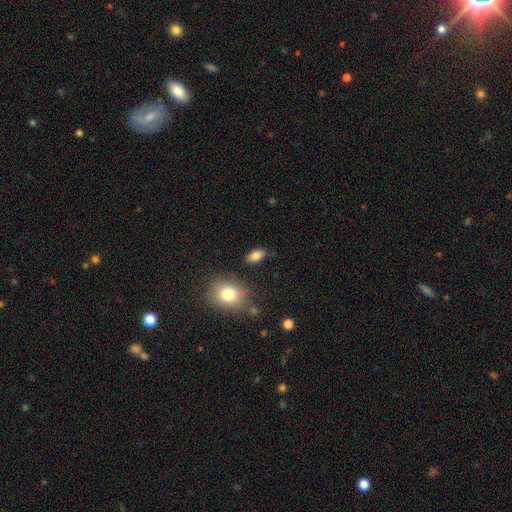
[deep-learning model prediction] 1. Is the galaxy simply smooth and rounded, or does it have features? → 84% smooth, 9% star or artifact, 7% featured or disk.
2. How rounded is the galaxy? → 89% in between, 7% round, 5% cigar-shaped.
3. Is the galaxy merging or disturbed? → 86% none, 10% minor disturbance, 3% major disturbance, 2% merger.